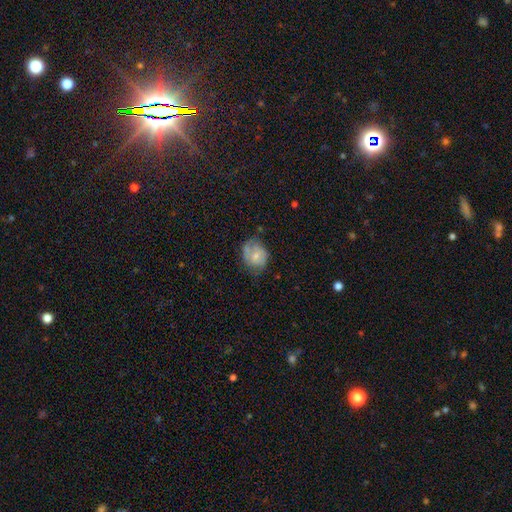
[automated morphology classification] A smooth galaxy with no disk features (50%) that is round (58%). Merging: none (49%).